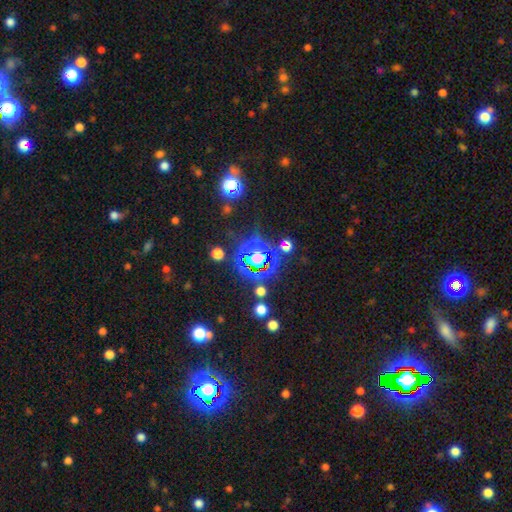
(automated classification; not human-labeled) star or artifact 68%, smooth 22%, featured or disk 10%.